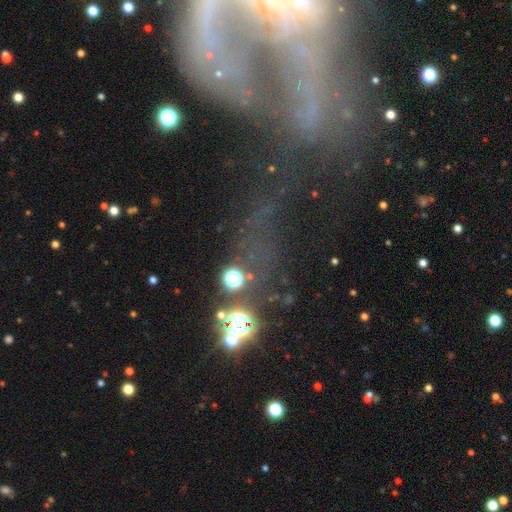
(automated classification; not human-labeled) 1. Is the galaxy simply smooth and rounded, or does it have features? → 50% featured or disk, 32% star or artifact, 18% smooth.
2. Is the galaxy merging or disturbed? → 34% major disturbance, 30% none, 21% merger, 14% minor disturbance.